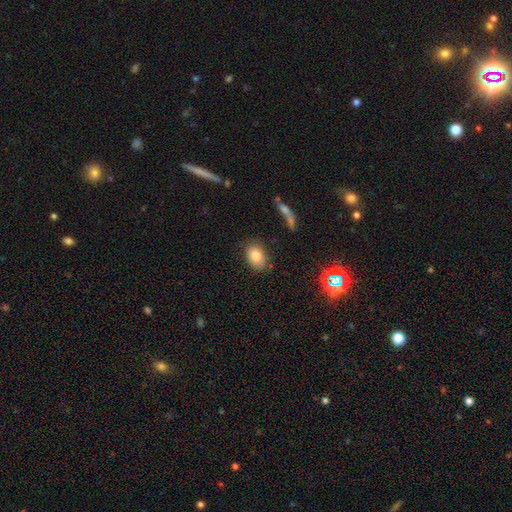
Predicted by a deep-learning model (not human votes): This appears to be a smooth galaxy with no disk features (82%) that is in between round and cigar-shaped (81%). Merging: none (78%).